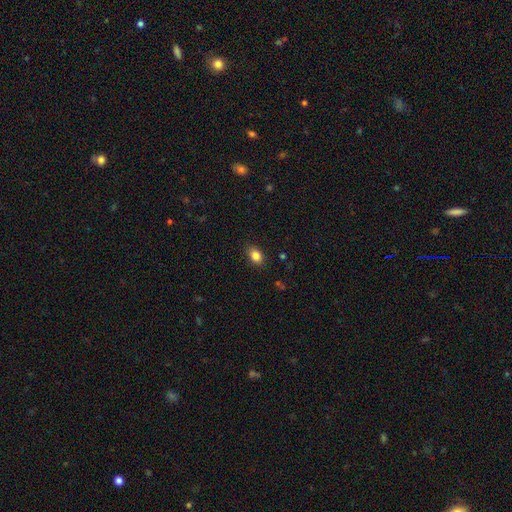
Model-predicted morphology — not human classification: Q: Smooth or featured?
A: smooth (85%); runner-up: star or artifact (10%)
Q: How rounded?
A: in between (76%); runner-up: round (22%)
Q: Merging?
A: none (87%); runner-up: minor disturbance (9%)